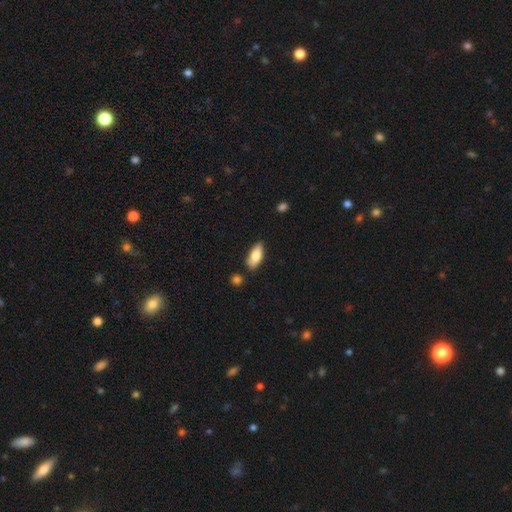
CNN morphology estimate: A smooth galaxy with no disk features (81%) that is in between round and cigar-shaped (85%). Merging: none (79%).